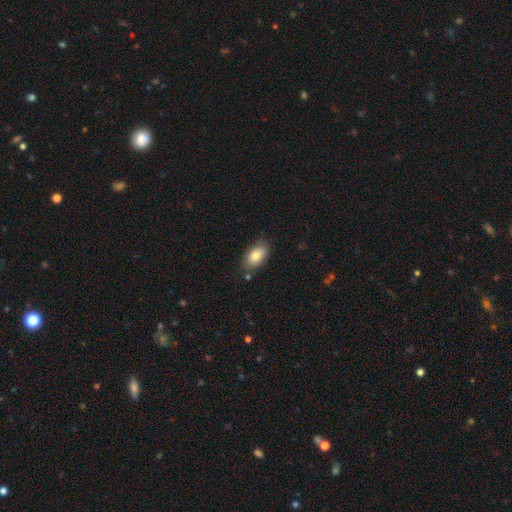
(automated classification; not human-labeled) Smooth or featured? Predicted: smooth (p=0.81). How rounded? Predicted: in between (p=0.92). Merging? Predicted: none (p=0.80).